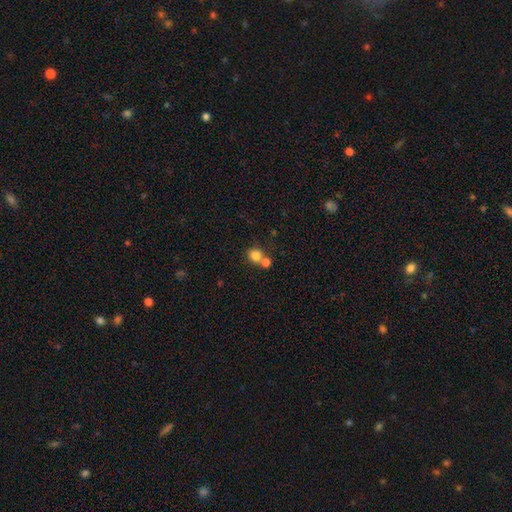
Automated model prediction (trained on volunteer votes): smooth 81%, star or artifact 11%, featured or disk 8%. Down the decision tree: how rounded — round (77%); merging — none (48%).